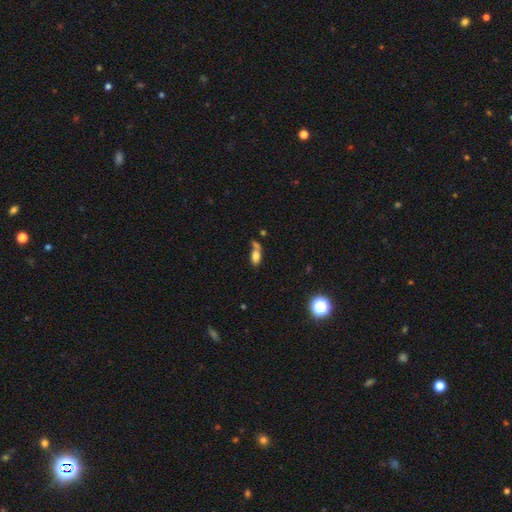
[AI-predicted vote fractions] smooth 76%, featured or disk 13%, star or artifact 11%. Down the decision tree: how rounded — in between (86%); merging — merger (44%).